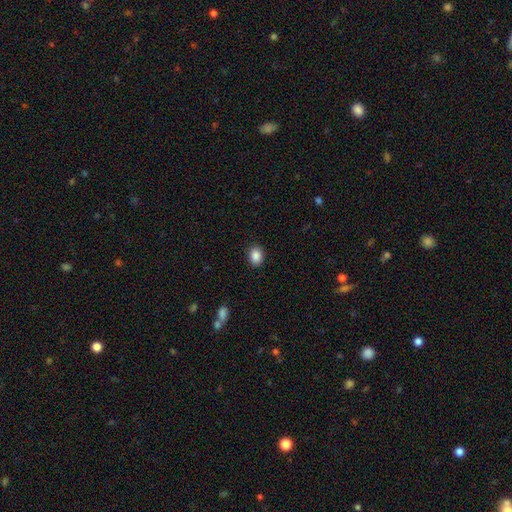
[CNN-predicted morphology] This appears to be a smooth galaxy with no disk features (88%) that is in between round and cigar-shaped (59%). Merging: none (89%).